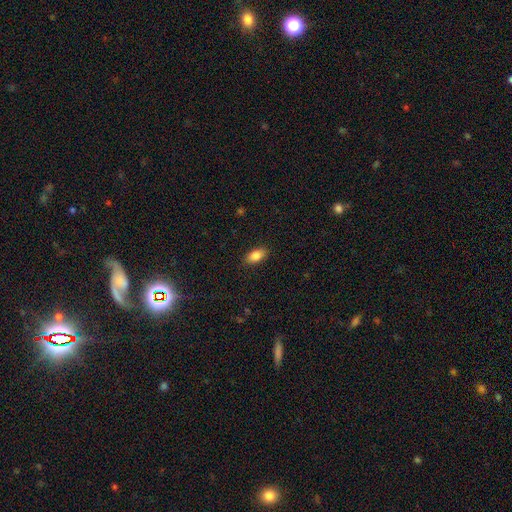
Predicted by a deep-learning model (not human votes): Morphology: type=smooth (85%); roundness=in between (90%); merging=none (88%).